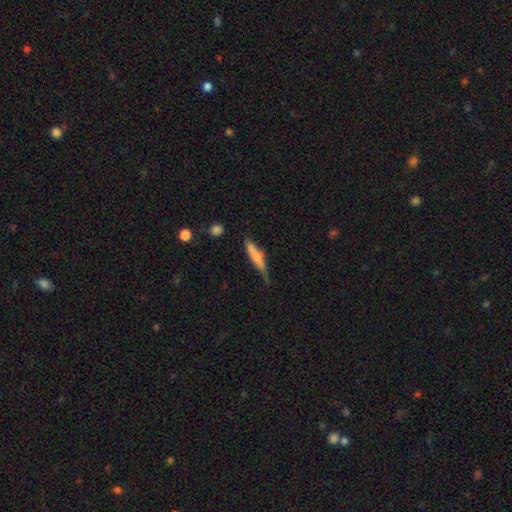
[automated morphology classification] Q: Smooth or featured?
A: smooth (67%); runner-up: featured or disk (27%)
Q: How rounded?
A: cigar-shaped (84%); runner-up: in between (14%)
Q: Merging?
A: none (52%); runner-up: minor disturbance (34%)